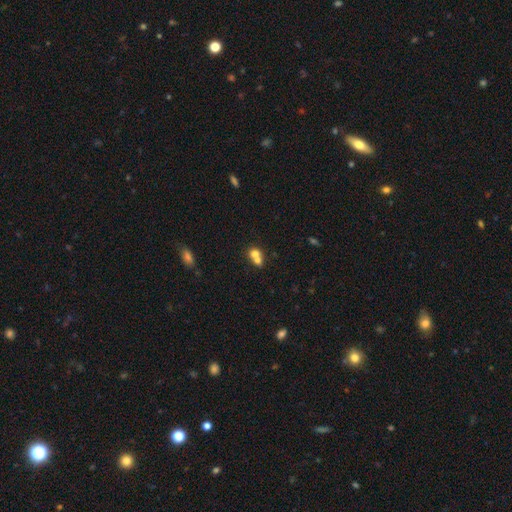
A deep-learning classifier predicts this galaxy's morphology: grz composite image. It shows a smooth galaxy with no disk features (70%) that is round (68%). Merging: merger (66%).